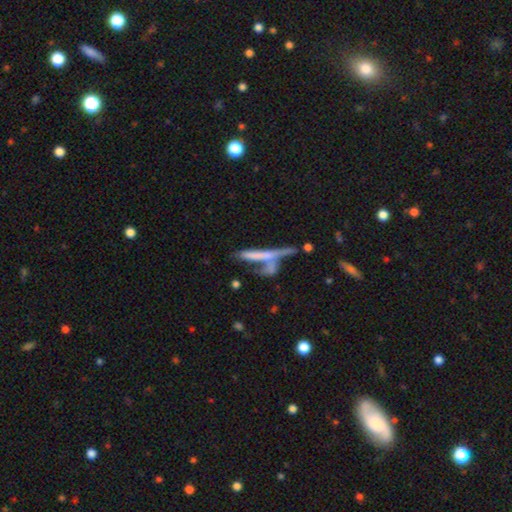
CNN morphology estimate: featured or disk 46%, smooth 43%, star or artifact 11%. Down the decision tree: merging — none (40%).